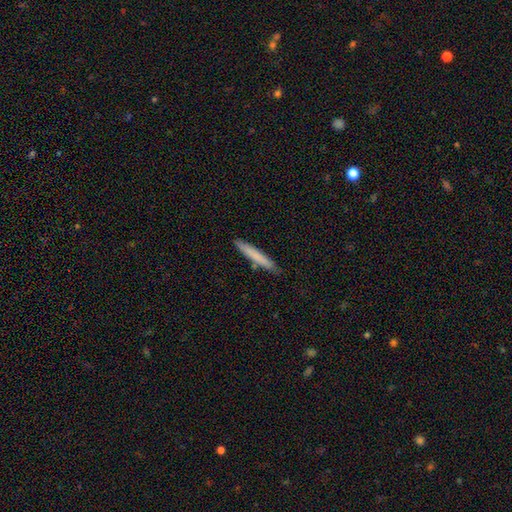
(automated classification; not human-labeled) A smooth galaxy with no disk features (75%) that is cigar-shaped (95%).

Vote fractions:
- Smooth or featured? smooth: 75% / featured or disk: 19% / star or artifact: 6%
- How rounded? cigar-shaped: 95% / in between: 3% / round: 1%
- Merging? none: 87% / minor disturbance: 9% / merger: 2% / major disturbance: 2%